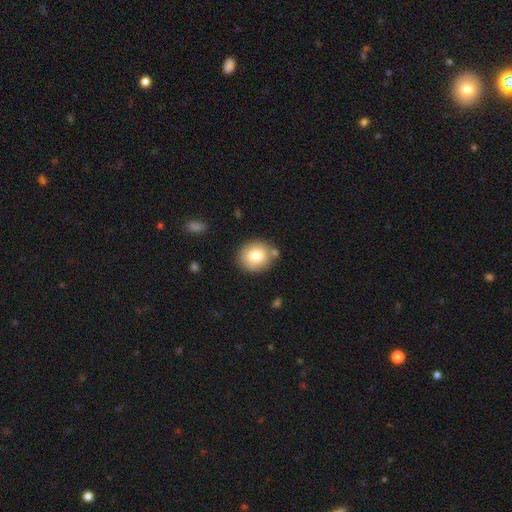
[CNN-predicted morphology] smooth_or_featured: smooth (p=0.78) [alt: featured or disk p=0.13]
how_rounded: round (p=0.73) [alt: in between p=0.26]
merging: none (p=0.78) [alt: minor disturbance p=0.12]